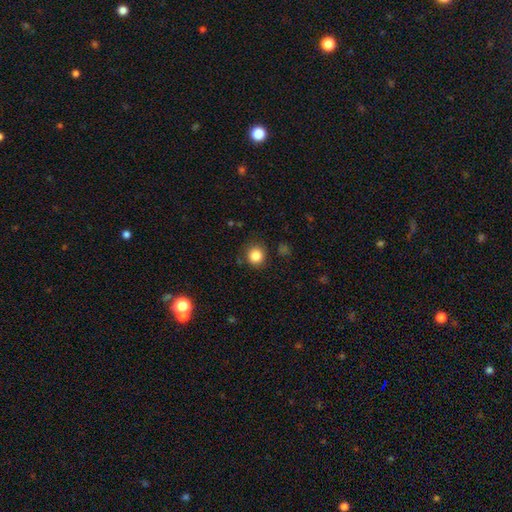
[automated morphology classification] A smooth galaxy with no disk features (84%) that is round (91%).

Vote fractions:
- Smooth or featured? smooth: 84% / star or artifact: 11% / featured or disk: 5%
- How rounded? round: 91% / in between: 8% / cigar-shaped: 1%
- Merging? none: 86% / minor disturbance: 9% / major disturbance: 3% / merger: 2%